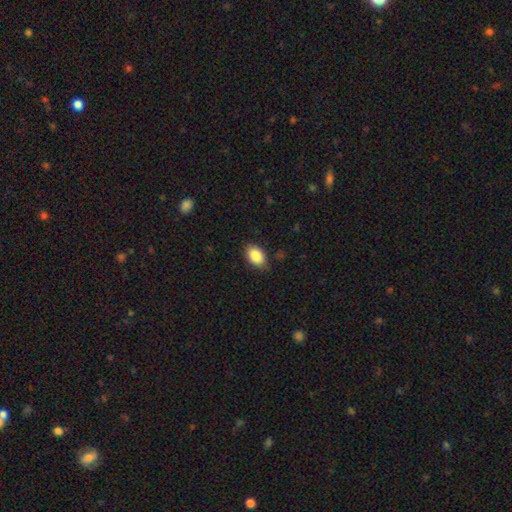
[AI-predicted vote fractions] Smooth or featured: smooth — 87% (star or artifact — 7%)
How rounded: in between — 88% (round — 10%)
Merging: none — 81% (minor disturbance — 15%)